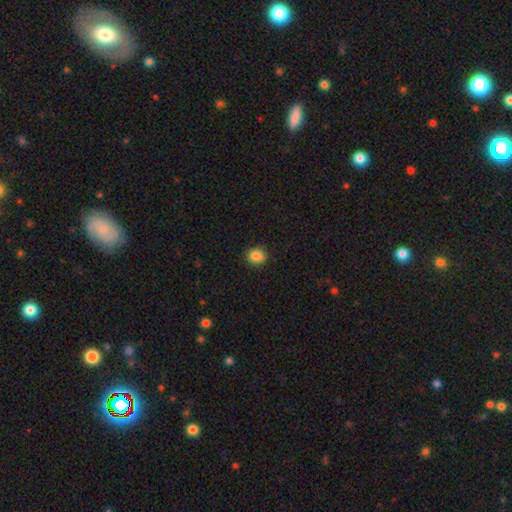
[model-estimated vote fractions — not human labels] smooth 83%, star or artifact 10%, featured or disk 6%. Down the decision tree: how rounded — round (74%); merging — none (83%).